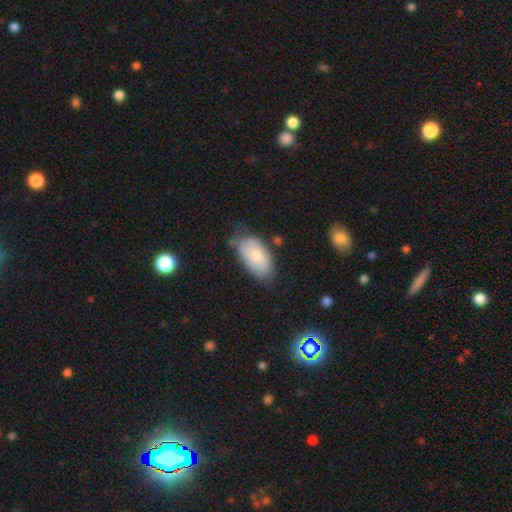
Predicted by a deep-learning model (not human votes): smooth_or_featured: smooth (p=0.73) [alt: featured or disk p=0.20]
how_rounded: in between (p=0.94) [alt: round p=0.04]
merging: none (p=0.61) [alt: minor disturbance p=0.29]